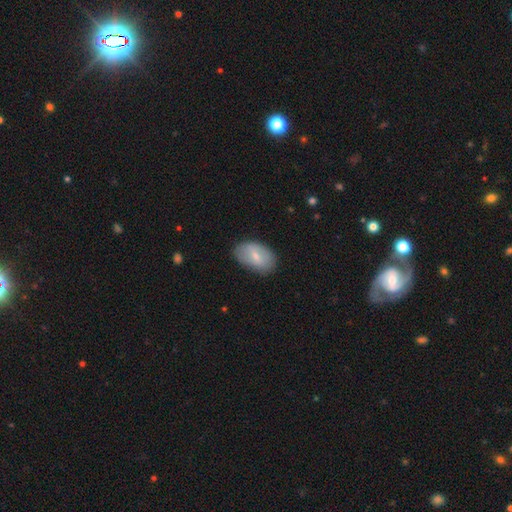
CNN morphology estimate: smooth 63%, featured or disk 30%, star or artifact 7%. Down the decision tree: how rounded — in between (92%); merging — none (77%).